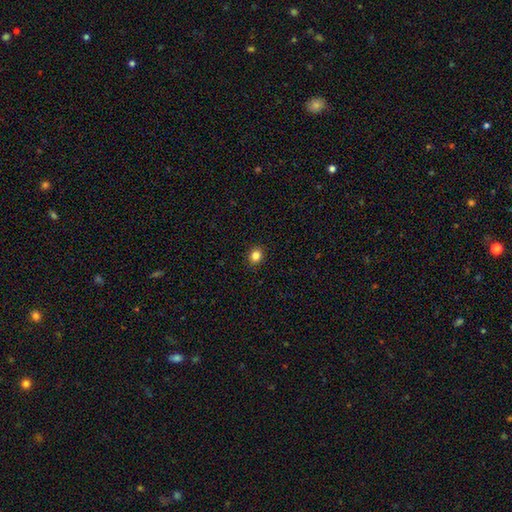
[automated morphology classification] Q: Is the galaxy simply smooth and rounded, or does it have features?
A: smooth — 84%.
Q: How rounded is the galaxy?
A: round — 66%.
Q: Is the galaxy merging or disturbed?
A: none — 91%.